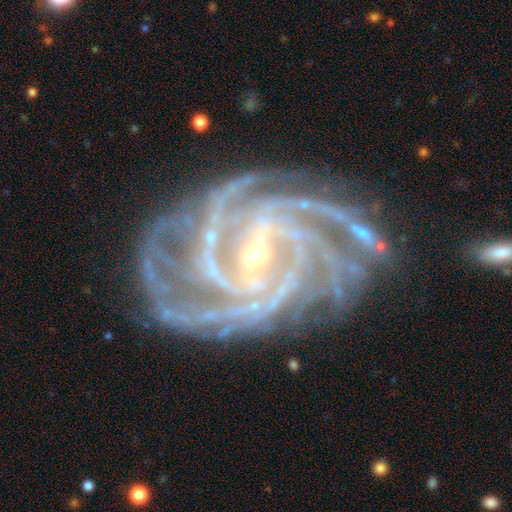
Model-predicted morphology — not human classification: Q: Smooth or featured?
A: featured or disk (93%); runner-up: star or artifact (4%)
Q: Edge-on disk?
A: no (98%); runner-up: yes (2%)
Q: Bar?
A: strong (40%); runner-up: weak (38%)
Q: Spiral arms?
A: yes (99%); runner-up: no (1%)
Q: Spiral winding?
A: tight (70%); runner-up: medium (27%)
Q: Spiral arm count?
A: 4 (38%); runner-up: more than 4 (23%)
Q: Bulge size?
A: small (81%); runner-up: moderate (15%)
Q: Merging?
A: none (74%); runner-up: minor disturbance (16%)